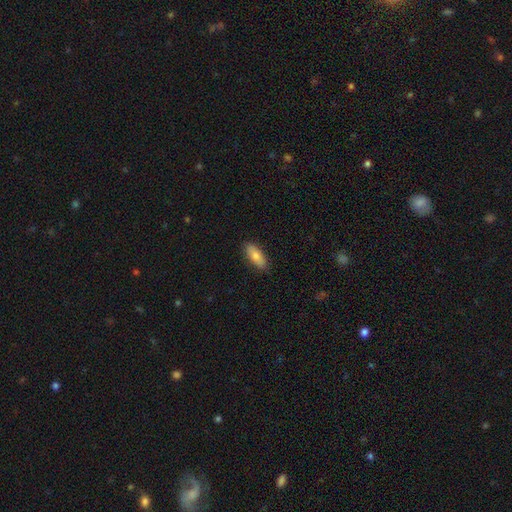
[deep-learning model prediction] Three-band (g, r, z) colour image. It shows a smooth galaxy with no disk features (79%) that is in between round and cigar-shaped (76%). Merging: none (87%).